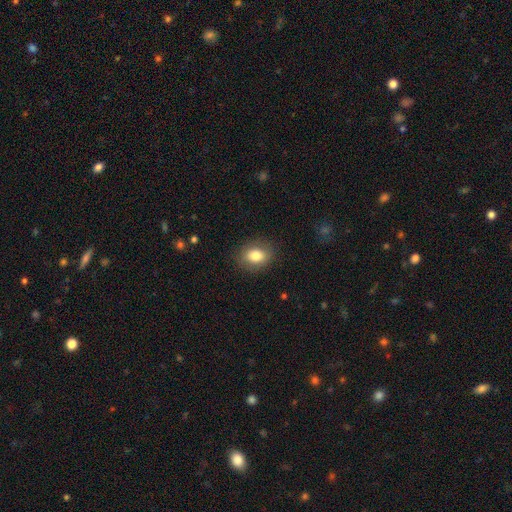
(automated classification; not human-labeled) A smooth galaxy with no disk features (81%) that is in between round and cigar-shaped (66%). Merging: none (85%).